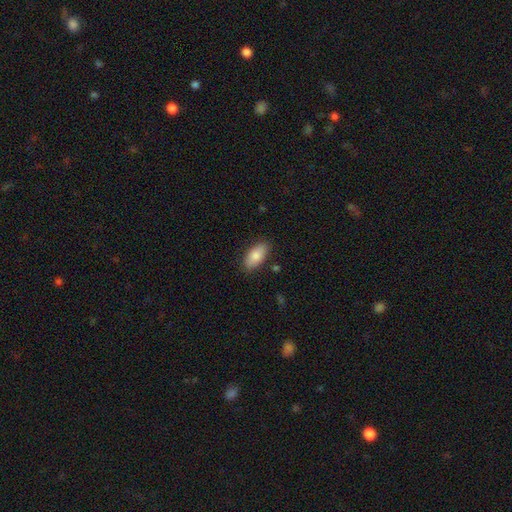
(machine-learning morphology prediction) The model was most divided on "merging": none: 84%, minor disturbance: 12%, major disturbance: 3%, merger: 2%. More confident: how rounded — in between (91%); smooth or featured — smooth (83%).